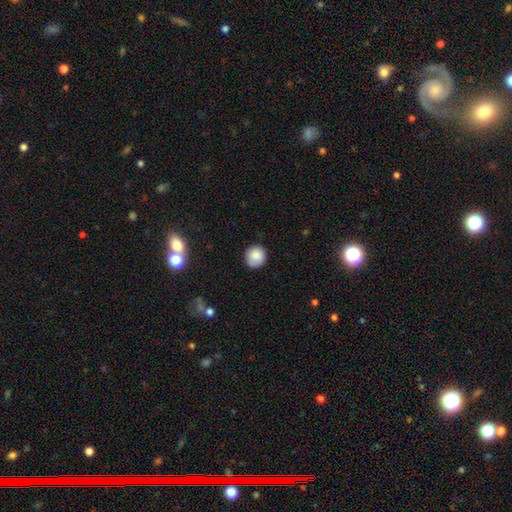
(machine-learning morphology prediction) A smooth galaxy with no disk features (85%) that is round (91%).

Vote fractions:
- Smooth or featured? smooth: 85% / star or artifact: 9% / featured or disk: 5%
- How rounded? round: 91% / in between: 8% / cigar-shaped: 1%
- Merging? none: 85% / minor disturbance: 12% / major disturbance: 2% / merger: 1%